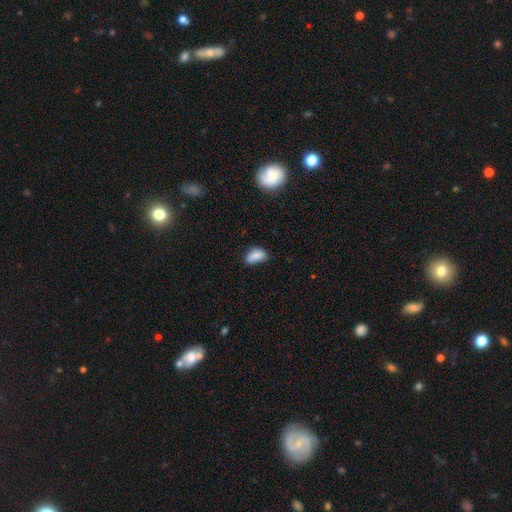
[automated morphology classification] This appears to be a smooth galaxy with no disk features (84%) that is in between round and cigar-shaped (90%). Merging: none (60%).